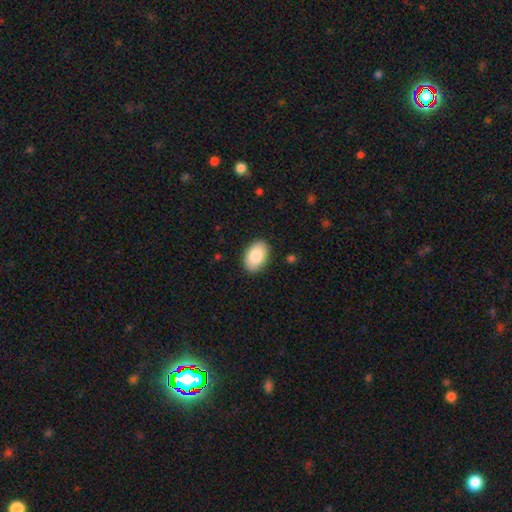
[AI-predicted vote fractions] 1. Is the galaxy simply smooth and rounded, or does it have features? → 86% smooth, 8% featured or disk, 6% star or artifact.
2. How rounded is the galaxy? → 91% in between, 8% round, 1% cigar-shaped.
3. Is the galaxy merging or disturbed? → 88% none, 9% minor disturbance, 2% major disturbance, 1% merger.